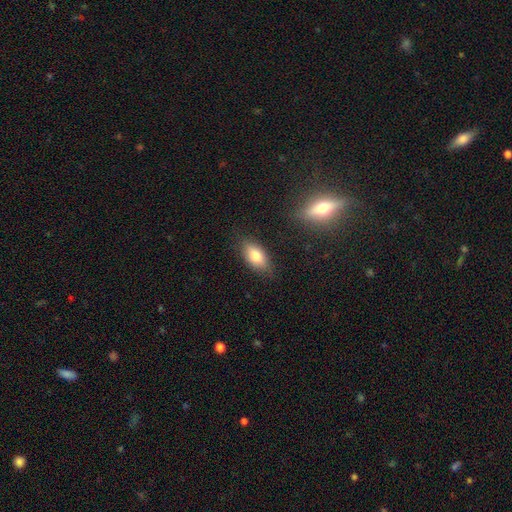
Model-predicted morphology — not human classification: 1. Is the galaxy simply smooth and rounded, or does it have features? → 79% smooth, 13% featured or disk, 8% star or artifact.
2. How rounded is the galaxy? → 88% in between, 8% cigar-shaped, 4% round.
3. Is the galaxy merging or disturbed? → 81% none, 14% minor disturbance, 3% major disturbance, 2% merger.